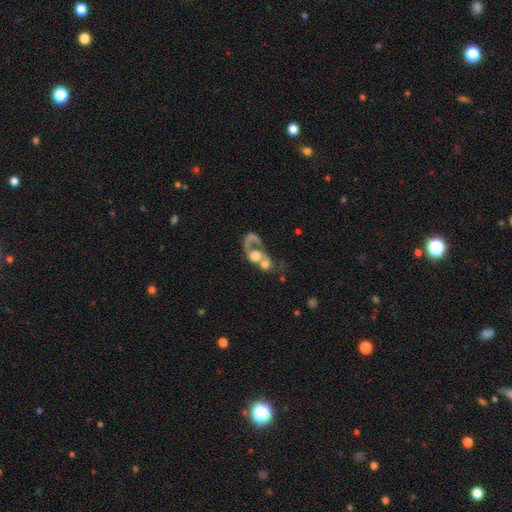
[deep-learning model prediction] This is possibly a featured or disk galaxy (53%). It is clearly not viewed edge-on (96%). Bar: clearly no (82%). Spiral arm pattern: possibly yes (51%). Central bulge: marginally large (36%). Merging: likely merger (68%).